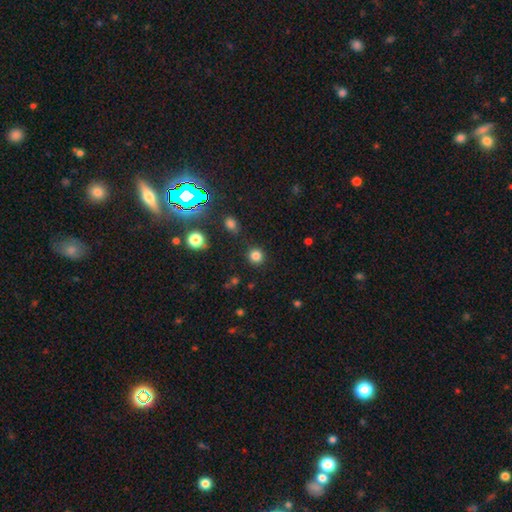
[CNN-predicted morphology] Q: Smooth or featured?
A: smooth (81%); runner-up: star or artifact (15%)
Q: How rounded?
A: round (92%); runner-up: in between (7%)
Q: Merging?
A: none (88%); runner-up: minor disturbance (7%)